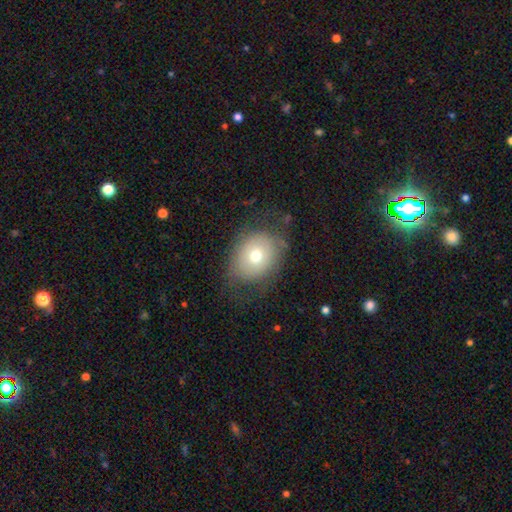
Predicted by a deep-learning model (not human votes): This is likely a smooth galaxy (62%). How rounded: possibly in between (51%). Merging: likely none (66%).